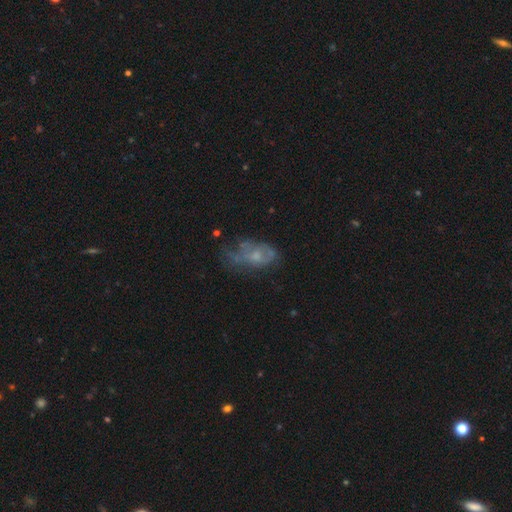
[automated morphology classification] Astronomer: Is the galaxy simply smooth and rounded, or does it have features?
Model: featured or disk — 52% (runner-up: smooth, 35%).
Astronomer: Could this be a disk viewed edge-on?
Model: no — 94%.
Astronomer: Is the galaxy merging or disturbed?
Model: none — 39% (runner-up: major disturbance, 30%).